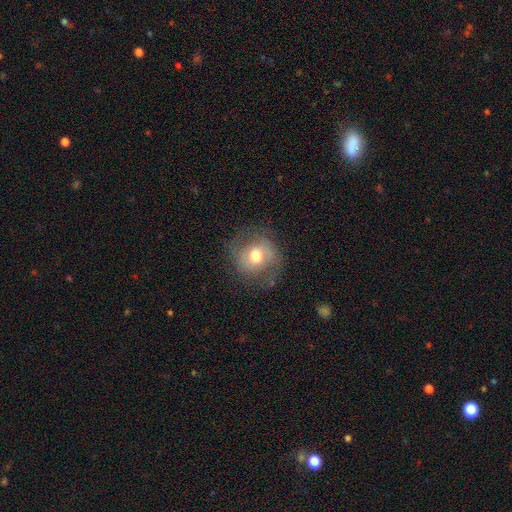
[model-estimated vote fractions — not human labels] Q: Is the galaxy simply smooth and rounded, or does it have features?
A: featured or disk — 48%.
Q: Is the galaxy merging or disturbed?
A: none — 70%.